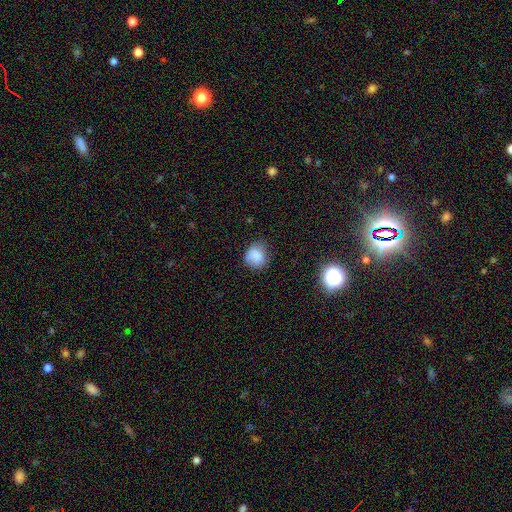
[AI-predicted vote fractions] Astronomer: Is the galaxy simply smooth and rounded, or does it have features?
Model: smooth — 79%.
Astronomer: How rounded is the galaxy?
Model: round — 74%.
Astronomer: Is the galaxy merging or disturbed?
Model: none — 63%.